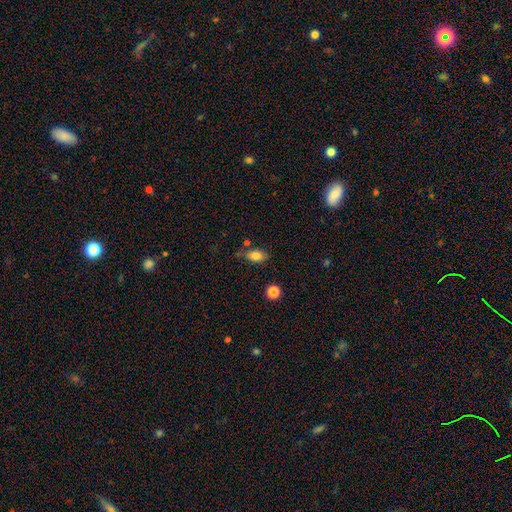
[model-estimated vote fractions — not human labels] smooth-or-featured: smooth: 82% | featured or disk: 9% | star or artifact: 9%
  how-rounded: in between: 86% | round: 10% | cigar-shaped: 4%
  merging: none: 65% | minor disturbance: 22% | merger: 6% | major disturbance: 6%